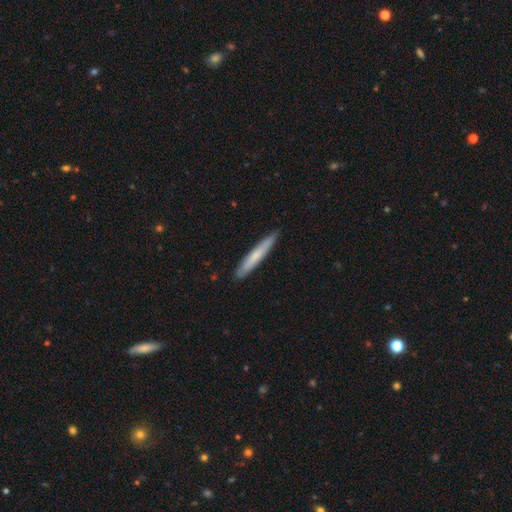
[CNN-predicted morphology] The model was most divided on "smooth or featured": smooth: 65%, featured or disk: 30%, star or artifact: 5%. More confident: how rounded — cigar-shaped (96%); merging — none (89%).